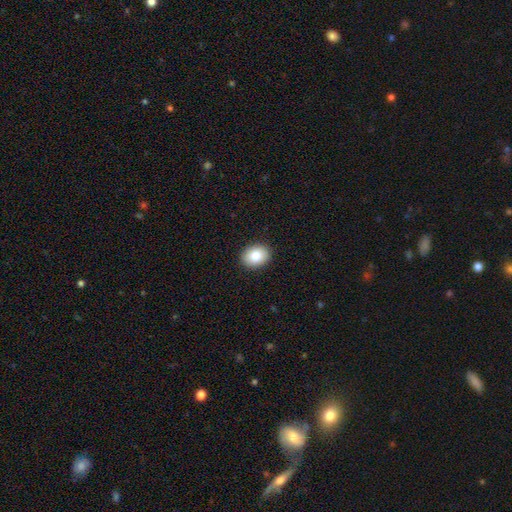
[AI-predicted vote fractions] A smooth galaxy with no disk features (81%) that is in between round and cigar-shaped (59%).

Vote fractions:
- Smooth or featured? smooth: 81% / featured or disk: 11% / star or artifact: 8%
- How rounded? in between: 59% / round: 40% / cigar-shaped: 1%
- Merging? none: 91% / minor disturbance: 6% / major disturbance: 2% / merger: 1%